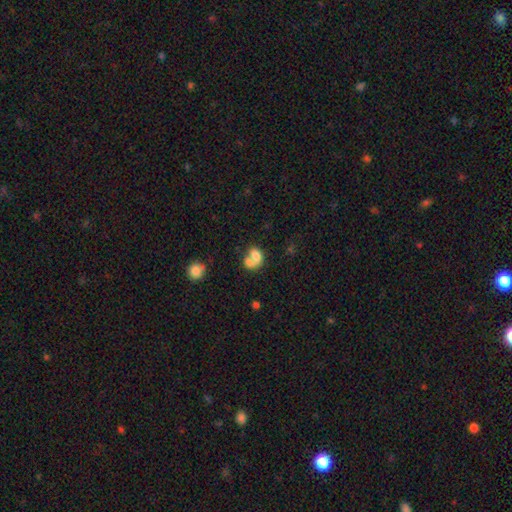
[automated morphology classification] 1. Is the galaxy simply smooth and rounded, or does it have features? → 69% smooth, 22% featured or disk, 9% star or artifact.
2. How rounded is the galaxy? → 62% in between, 37% round, 1% cigar-shaped.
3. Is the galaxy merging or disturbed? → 65% merger, 19% none, 8% major disturbance, 8% minor disturbance.